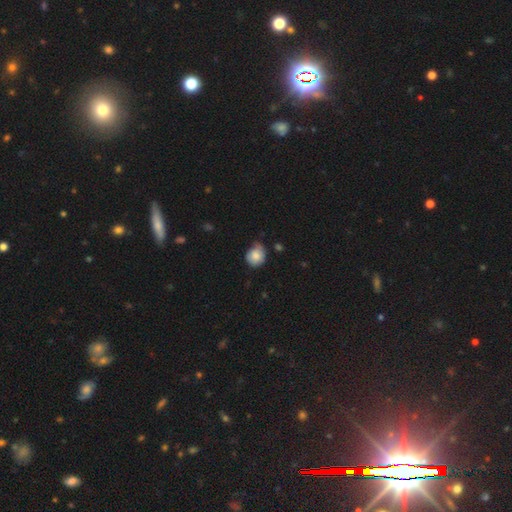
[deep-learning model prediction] smooth 78%, featured or disk 14%, star or artifact 8%. Down the decision tree: how rounded — round (73%); merging — none (49%).